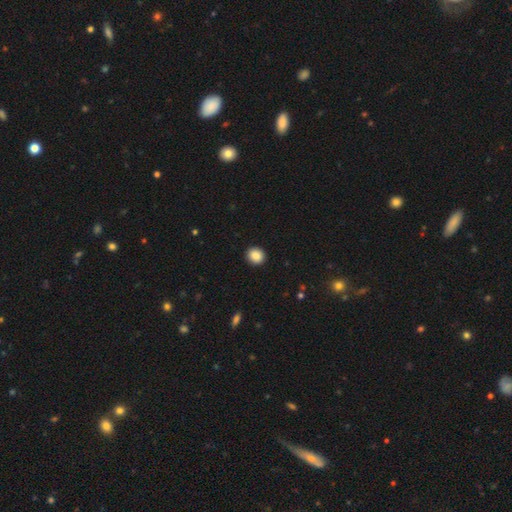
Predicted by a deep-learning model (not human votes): This is clearly a smooth galaxy (88%). How rounded: clearly round (81%). Merging: clearly none (92%).